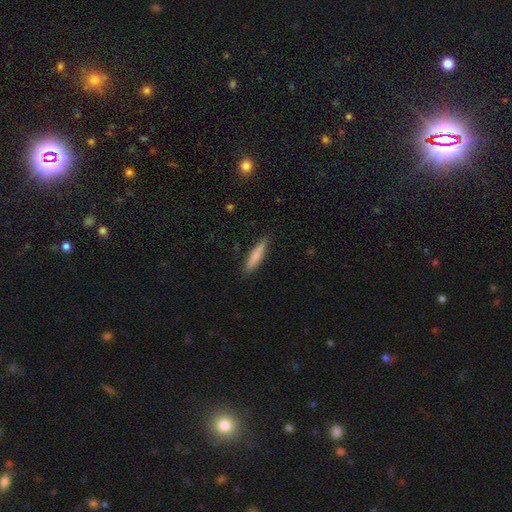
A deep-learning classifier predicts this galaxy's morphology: Smooth or featured: smooth — 81% (featured or disk — 13%)
How rounded: cigar-shaped — 84% (in between — 15%)
Merging: none — 88% (minor disturbance — 9%)